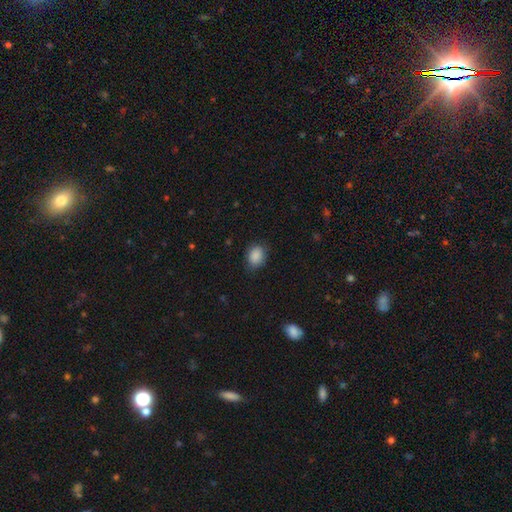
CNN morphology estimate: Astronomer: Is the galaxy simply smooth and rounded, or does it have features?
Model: smooth — 88%.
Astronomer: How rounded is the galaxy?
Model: in between — 63%.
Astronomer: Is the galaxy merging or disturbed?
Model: none — 80%.